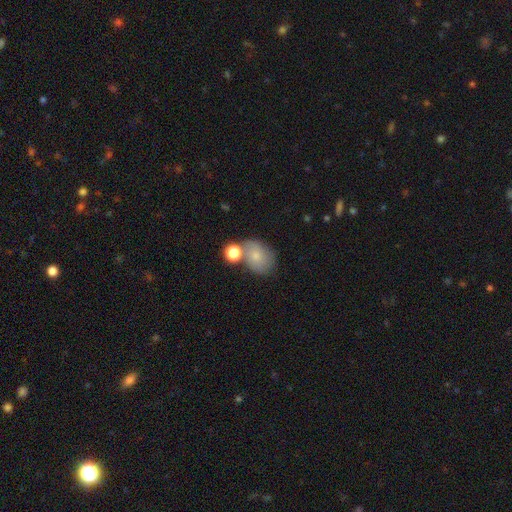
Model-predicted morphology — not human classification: This appears to be a smooth galaxy with no disk features (77%) that is in between round and cigar-shaped (57%). Merging: none (53%).